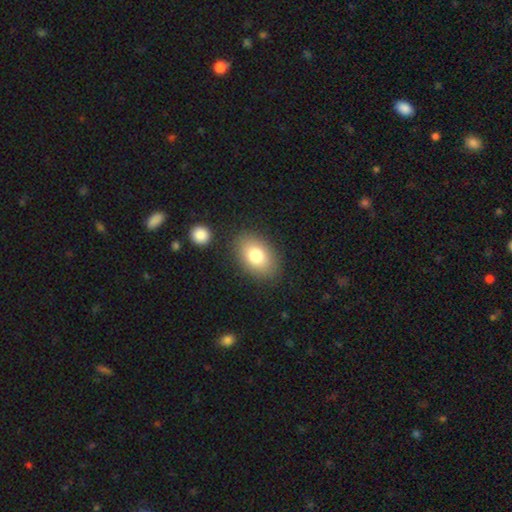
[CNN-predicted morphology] Smooth or featured?
  - smooth: 79% *
  - featured or disk: 13%
  - star or artifact: 9%
How rounded?
  - in between: 84% *
  - round: 15%
  - cigar-shaped: 1%
Merging?
  - none: 84% *
  - minor disturbance: 10%
  - major disturbance: 3%
  - merger: 3%